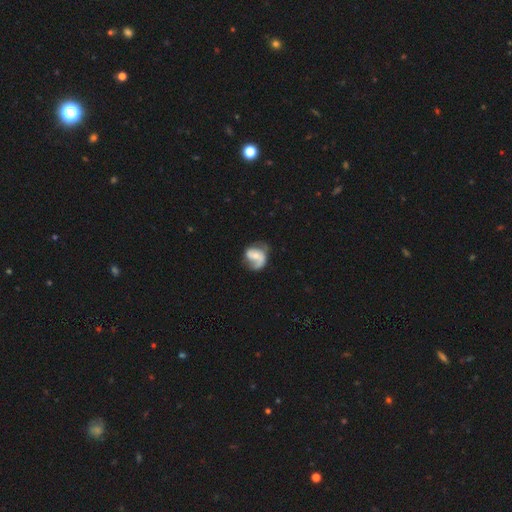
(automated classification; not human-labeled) A featured or disk galaxy (65%) with no bar (56%), 2 (50%) medium (40%) spiral arms (82%) and a small central bulge (48%).

Vote fractions:
- Smooth or featured? featured or disk: 65% / smooth: 28% / star or artifact: 7%
- Edge-on disk? no: 97% / yes: 3%
- Bar? no: 56% / weak: 33% / strong: 11%
- Spiral arms? yes: 82% / no: 18%
- Spiral winding? medium: 40% / loose: 38% / tight: 22%
- Spiral arm count? 2: 50% / 1: 37% / can't tell: 10% / 3: 2% / 4: 1% / more than 4: 1%
- Bulge size? small: 48% / moderate: 42% / none: 6% / large: 4% / dominant: 1%
- Merging? none: 44% / minor disturbance: 26% / major disturbance: 25% / merger: 5%